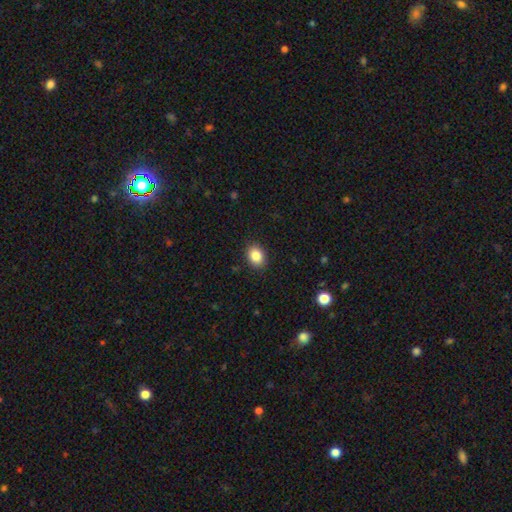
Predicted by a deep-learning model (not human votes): Smooth or featured? Predicted: smooth (p=0.86). How rounded? Predicted: in between (p=0.57). Merging? Predicted: none (p=0.89).